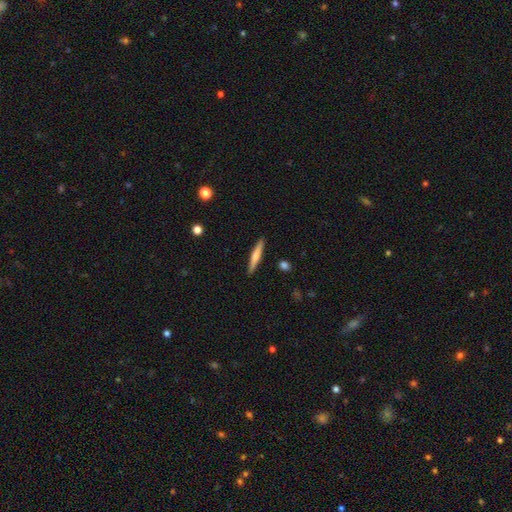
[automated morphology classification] Smooth or featured: smooth — 55% (featured or disk — 39%)
How rounded: cigar-shaped — 93% (in between — 5%)
Merging: none — 91% (minor disturbance — 6%)